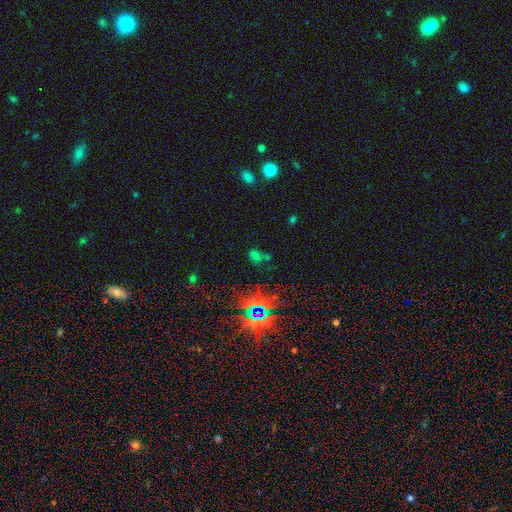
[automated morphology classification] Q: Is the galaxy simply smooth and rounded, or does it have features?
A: star or artifact — 58%.